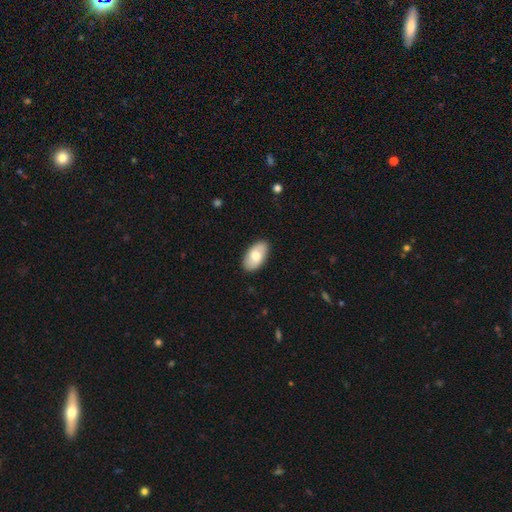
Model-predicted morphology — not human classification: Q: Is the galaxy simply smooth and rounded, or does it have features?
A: smooth — 72%.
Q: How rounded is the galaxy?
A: in between — 95%.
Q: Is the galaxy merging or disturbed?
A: none — 88%.